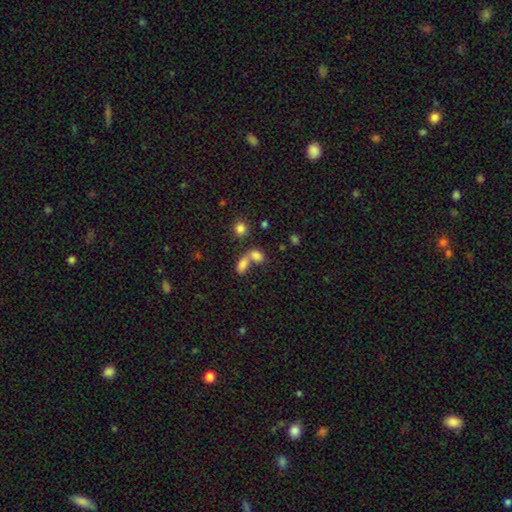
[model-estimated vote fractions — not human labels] Overall: smooth (79%). How rounded: in between (80%). Merging: merger (57%; none 30%).